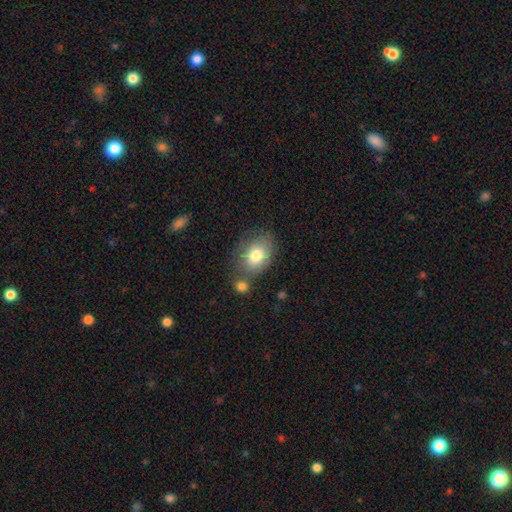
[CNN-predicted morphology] Smooth or featured? Predicted: smooth (p=0.78). How rounded? Predicted: in between (p=0.76). Merging? Predicted: none (p=0.56).